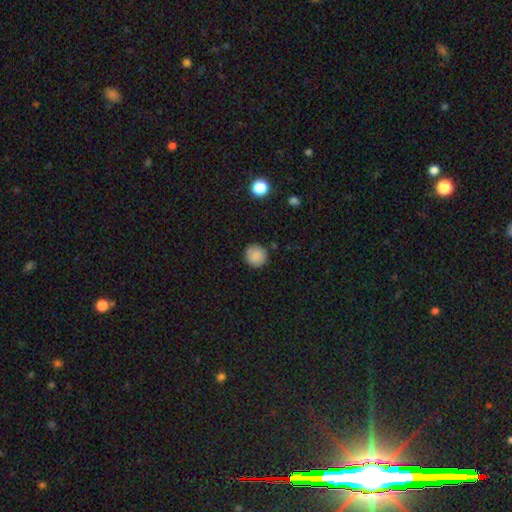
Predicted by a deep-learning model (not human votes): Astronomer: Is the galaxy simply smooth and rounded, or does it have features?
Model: smooth — 86%.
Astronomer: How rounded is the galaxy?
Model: round — 94%.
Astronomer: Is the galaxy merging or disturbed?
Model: none — 89%.